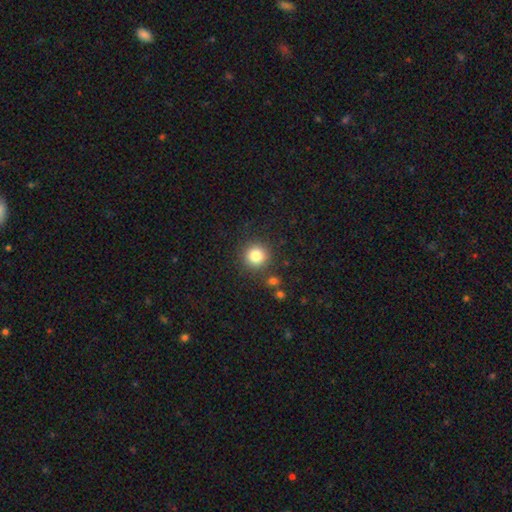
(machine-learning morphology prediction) type=smooth (84%); roundness=round (94%); merging=none (86%).